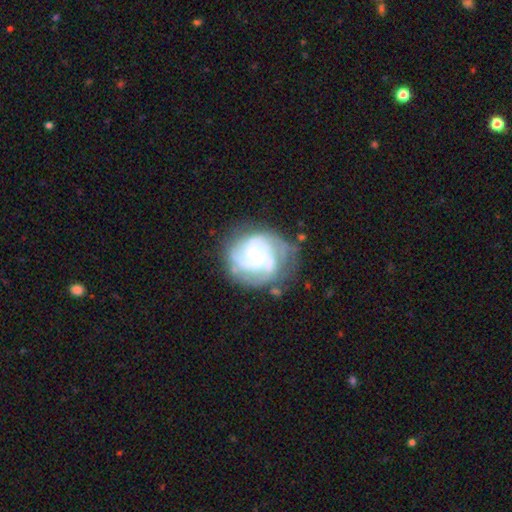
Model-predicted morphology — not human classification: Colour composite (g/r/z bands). It shows a featured or disk galaxy (82%) with no bar (61%), 2 (34%) tight (56%) spiral arms (93%) and a moderate central bulge (49%). Merging: none (63%).